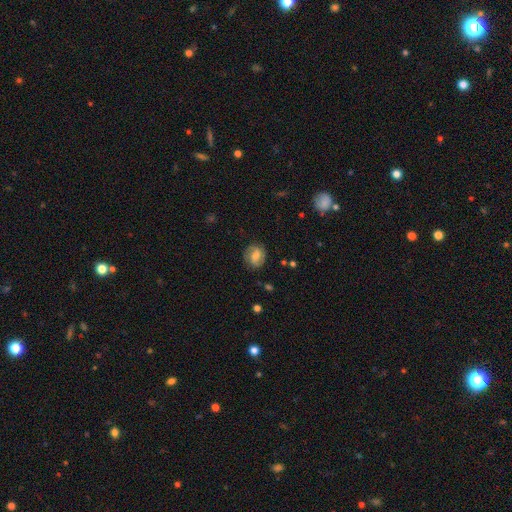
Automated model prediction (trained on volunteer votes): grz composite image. It shows a featured or disk galaxy (59%) with a weak bar (49%), spiral arms (86%) and a moderate central bulge (56%). Merging: none (81%).